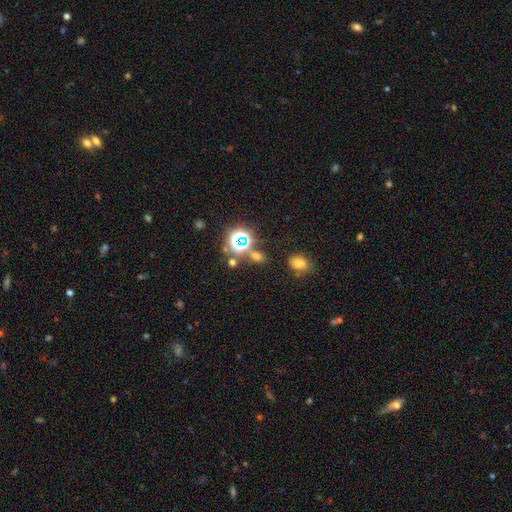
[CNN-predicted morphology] Smooth or featured? Predicted: smooth (p=0.49). Merging? Predicted: none (p=0.68).